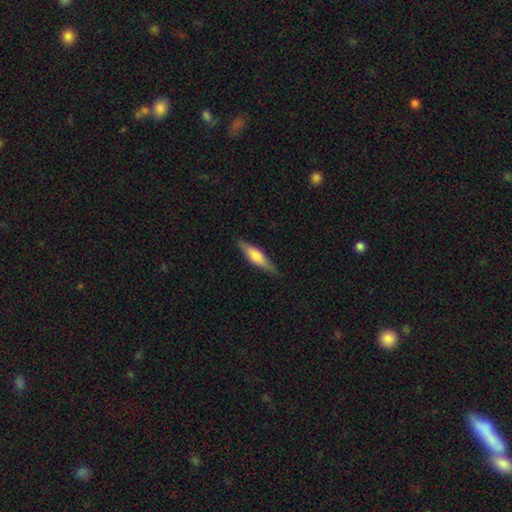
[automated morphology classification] smooth 52%, featured or disk 42%, star or artifact 6%. Down the decision tree: how rounded — cigar-shaped (71%); merging — none (86%).